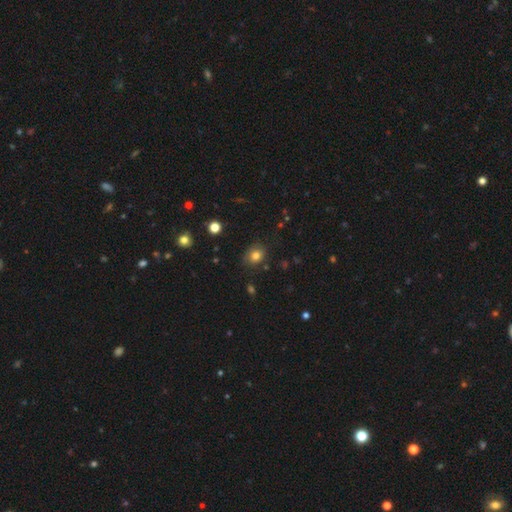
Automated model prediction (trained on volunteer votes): A smooth galaxy with no disk features (80%) that is round (55%). Merging: none (80%).